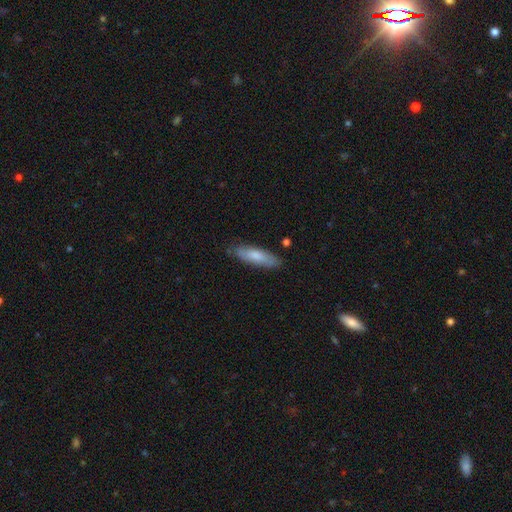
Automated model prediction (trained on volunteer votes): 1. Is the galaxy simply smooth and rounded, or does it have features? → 75% smooth, 20% featured or disk, 6% star or artifact.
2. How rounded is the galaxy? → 57% cigar-shaped, 42% in between, 2% round.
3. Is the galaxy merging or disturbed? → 81% none, 15% minor disturbance, 3% major disturbance, 2% merger.